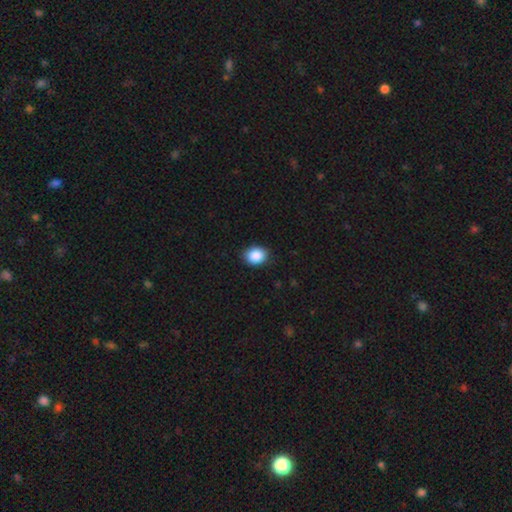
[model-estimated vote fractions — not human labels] This is clearly a smooth galaxy (89%). How rounded: possibly in between (55%). Merging: clearly none (88%).